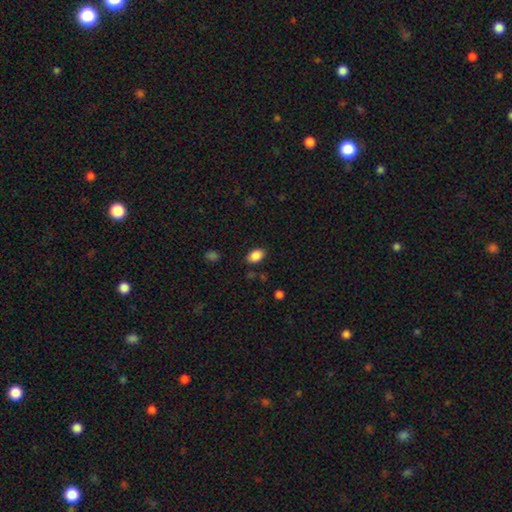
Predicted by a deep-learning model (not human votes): Overall: smooth (87%). How rounded: in between (82%). Merging: none (83%).